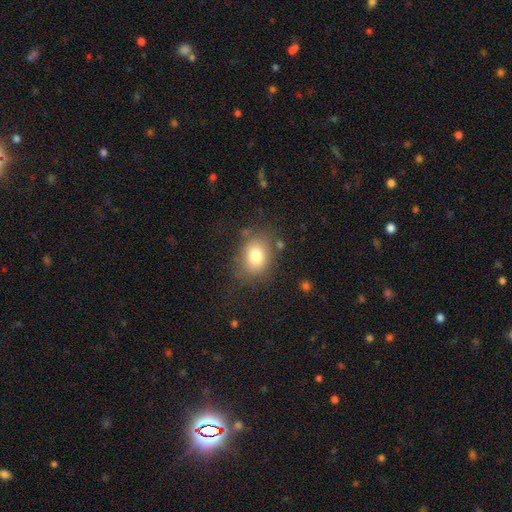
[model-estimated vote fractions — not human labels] Smooth or featured: smooth — 77% (featured or disk — 12%)
How rounded: in between — 58% (round — 41%)
Merging: none — 73% (minor disturbance — 17%)